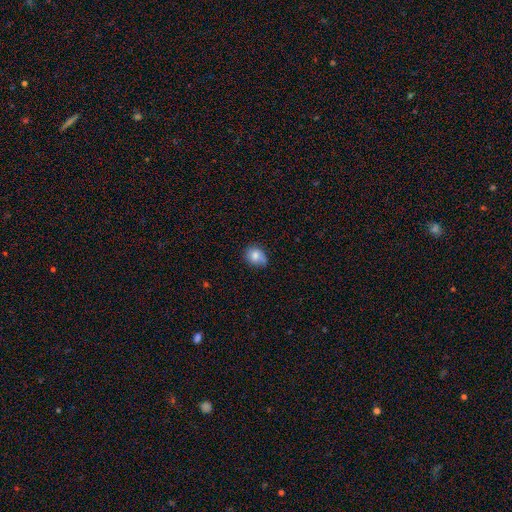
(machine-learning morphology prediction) The model was most divided on "how rounded": round: 59%, in between: 40%, cigar-shaped: 1%. More confident: smooth or featured — smooth (77%); merging — none (54%).